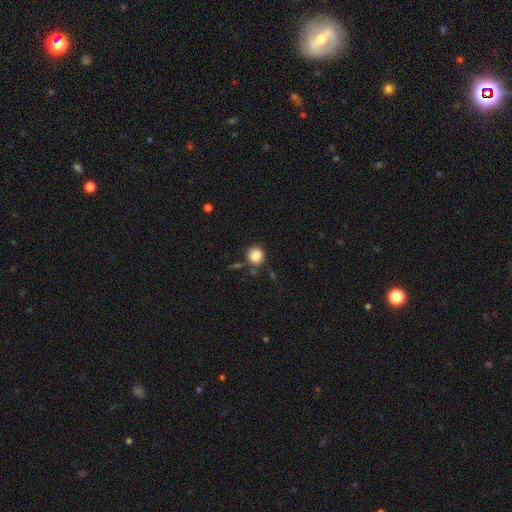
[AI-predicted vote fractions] Smooth or featured?
  - smooth: 86% *
  - star or artifact: 9%
  - featured or disk: 5%
How rounded?
  - round: 88% *
  - in between: 11%
  - cigar-shaped: 1%
Merging?
  - none: 74% *
  - minor disturbance: 14%
  - merger: 7%
  - major disturbance: 4%